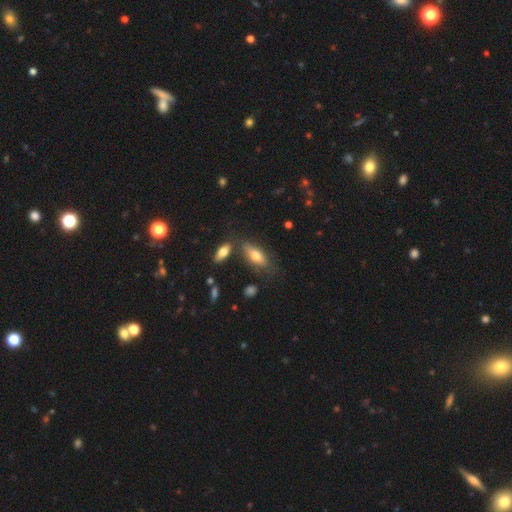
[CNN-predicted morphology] Smooth or featured? Predicted: smooth (p=0.68). How rounded? Predicted: in between (p=0.70). Merging? Predicted: none (p=0.65).